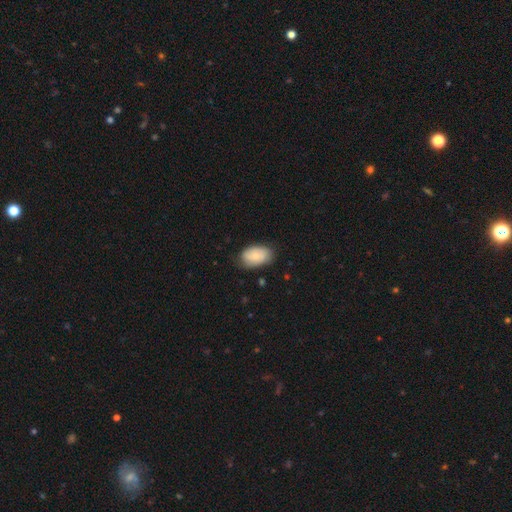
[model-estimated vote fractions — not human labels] The model was most divided on "smooth or featured": smooth: 69%, featured or disk: 25%, star or artifact: 6%. More confident: how rounded — in between (91%); merging — none (72%).